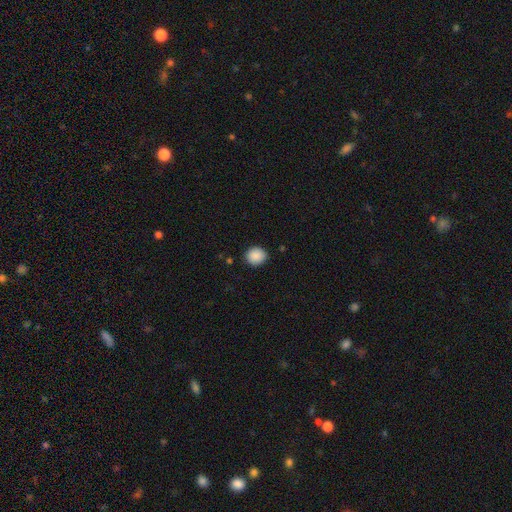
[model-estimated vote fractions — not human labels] A smooth galaxy with no disk features (89%) that is round (81%). Merging: none (89%).